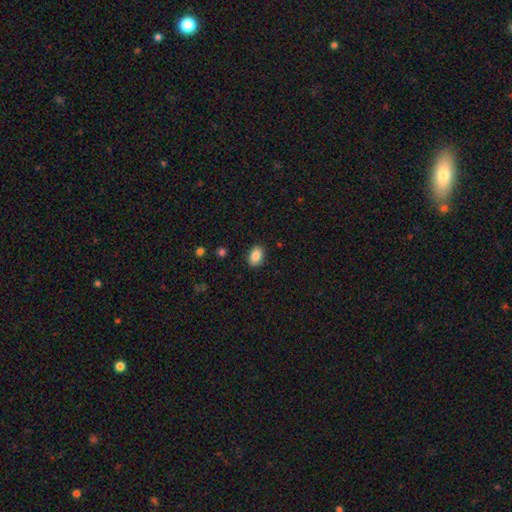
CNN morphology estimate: smooth 87%, star or artifact 8%, featured or disk 5%. Down the decision tree: how rounded — in between (81%); merging — none (88%).